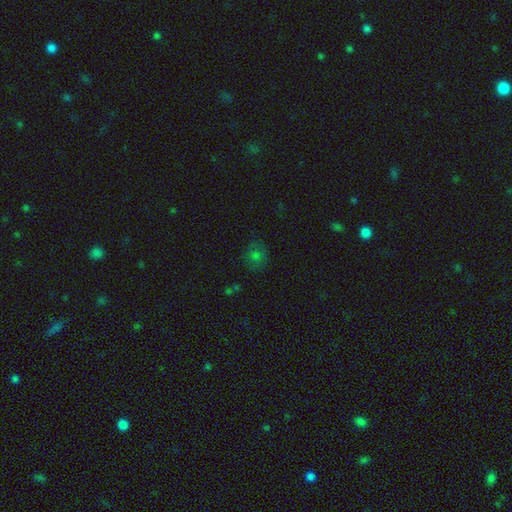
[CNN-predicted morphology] Smooth or featured?
  - smooth: 59% *
  - star or artifact: 26%
  - featured or disk: 15%
How rounded?
  - round: 74% *
  - in between: 24%
  - cigar-shaped: 1%
Merging?
  - none: 75% *
  - minor disturbance: 16%
  - major disturbance: 7%
  - merger: 2%